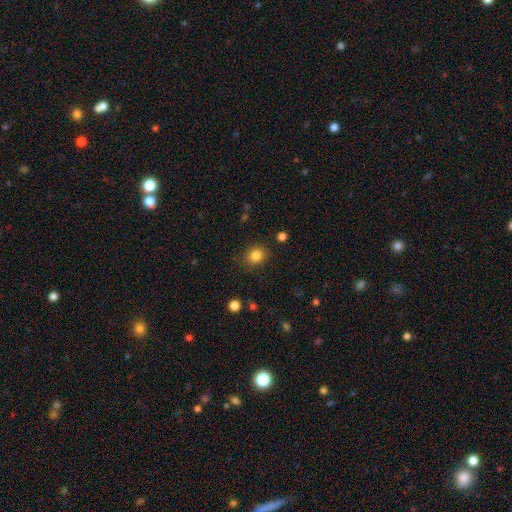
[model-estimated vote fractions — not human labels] smooth_or_featured: smooth (p=0.84) [alt: star or artifact p=0.11]
how_rounded: round (p=0.73) [alt: in between p=0.26]
merging: none (p=0.86) [alt: minor disturbance p=0.09]